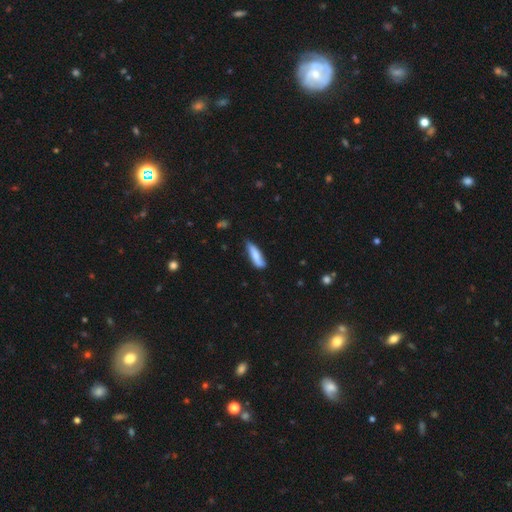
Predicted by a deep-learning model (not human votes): This appears to be a smooth galaxy with no disk features (75%) that is cigar-shaped (62%). Merging: none (61%).